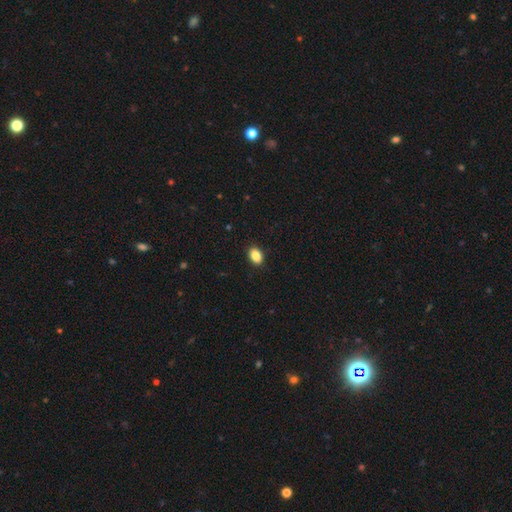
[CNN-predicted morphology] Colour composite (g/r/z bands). It shows a smooth galaxy with no disk features (88%) that is in between round and cigar-shaped (86%). Merging: none (90%).